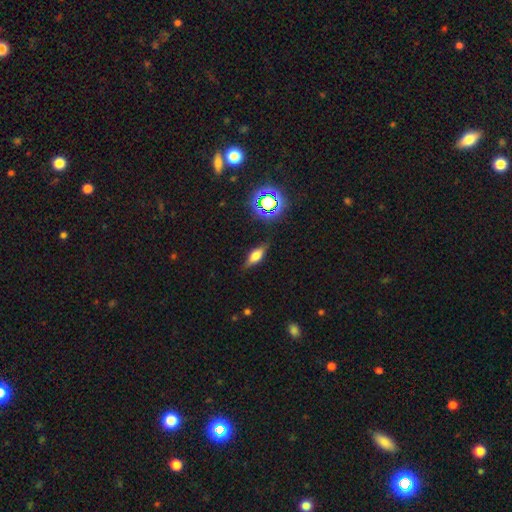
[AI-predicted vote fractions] smooth 49%, featured or disk 37%, star or artifact 14%. Down the decision tree: merging — none (80%).